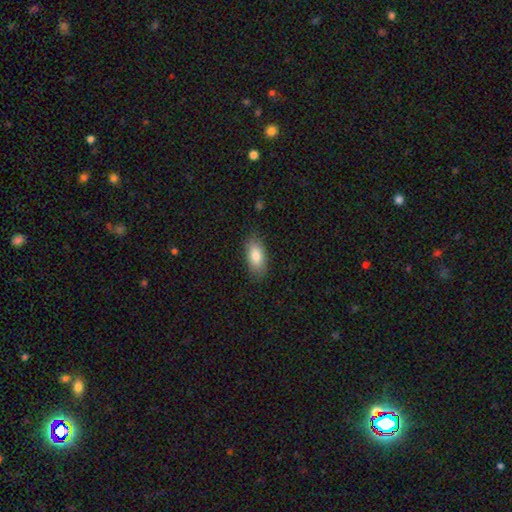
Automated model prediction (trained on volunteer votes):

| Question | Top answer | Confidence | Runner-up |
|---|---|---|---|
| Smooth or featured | smooth | 83% | featured or disk (11%) |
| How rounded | in between | 89% | cigar-shaped (8%) |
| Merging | none | 82% | minor disturbance (13%) |